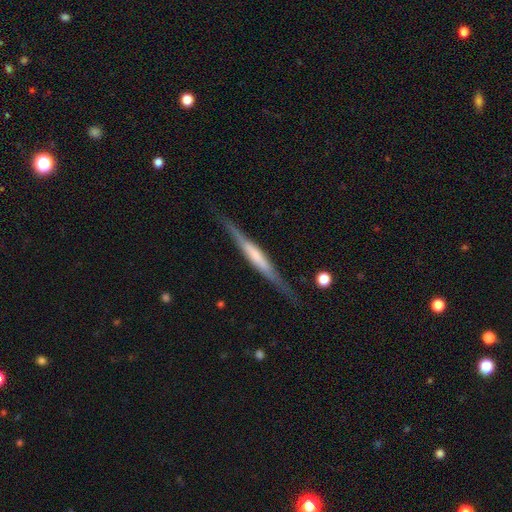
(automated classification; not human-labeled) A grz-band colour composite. It shows a featured or disk galaxy (66%) viewed edge-on (96%) with no central bulge (37%). Merging: none (83%).